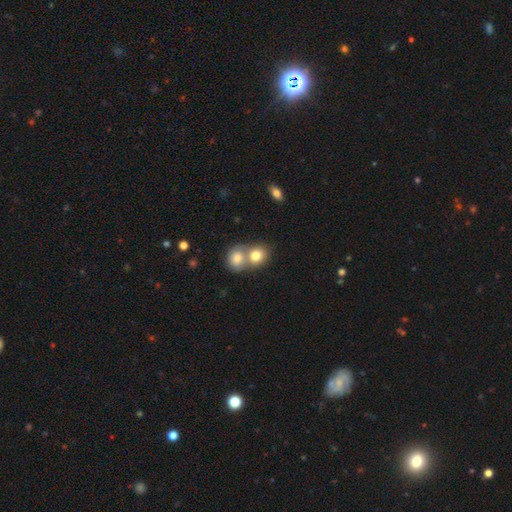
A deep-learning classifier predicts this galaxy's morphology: Smooth or featured? smooth (79%)
How rounded? round (69%)
Merging? merger (63%)